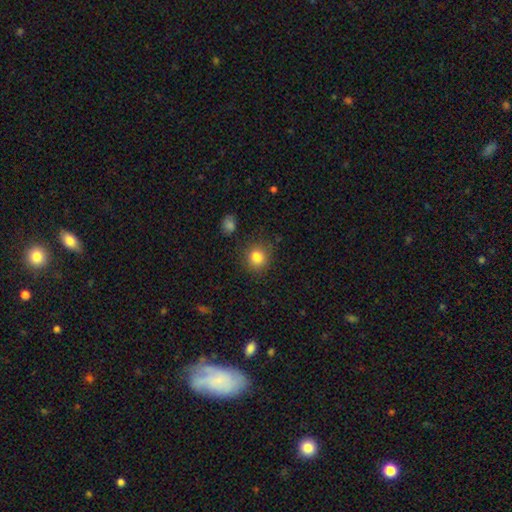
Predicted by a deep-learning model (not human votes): A smooth galaxy with no disk features (84%) that is round (83%).

Vote fractions:
- Smooth or featured? smooth: 84% / star or artifact: 11% / featured or disk: 6%
- How rounded? round: 83% / in between: 16% / cigar-shaped: 1%
- Merging? none: 84% / minor disturbance: 11% / major disturbance: 3% / merger: 2%